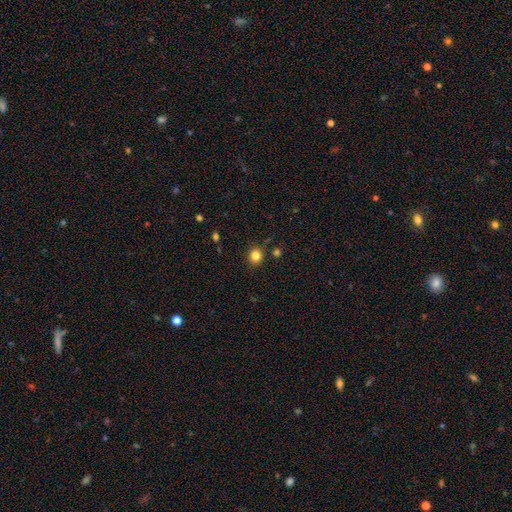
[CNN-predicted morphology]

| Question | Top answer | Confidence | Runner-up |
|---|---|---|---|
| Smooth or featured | smooth | 82% | star or artifact (12%) |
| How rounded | round | 81% | in between (18%) |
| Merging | none | 86% | minor disturbance (9%) |